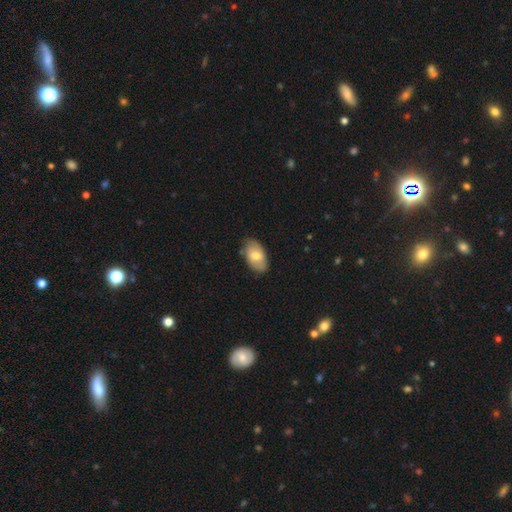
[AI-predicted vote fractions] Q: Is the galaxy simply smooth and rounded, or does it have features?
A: smooth — 72%.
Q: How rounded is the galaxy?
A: in between — 95%.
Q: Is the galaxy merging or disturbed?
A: none — 77%.